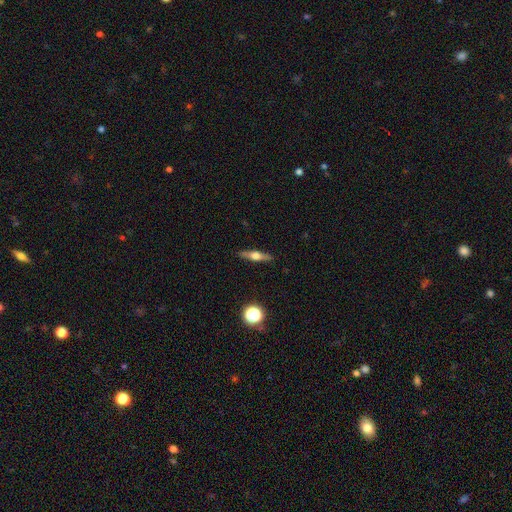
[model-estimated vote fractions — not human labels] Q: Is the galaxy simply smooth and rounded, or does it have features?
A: featured or disk — 62%.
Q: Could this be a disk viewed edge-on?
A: yes — 96%.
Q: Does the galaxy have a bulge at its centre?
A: rounded — 92%.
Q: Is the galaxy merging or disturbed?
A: none — 90%.